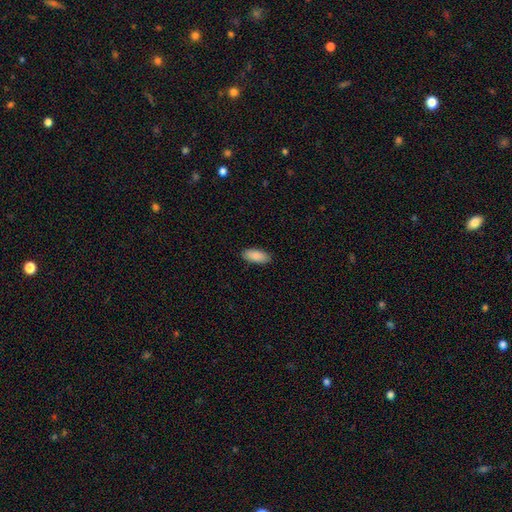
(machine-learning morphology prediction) smooth 90%, star or artifact 6%, featured or disk 4%. Down the decision tree: how rounded — in between (88%); merging — none (88%).